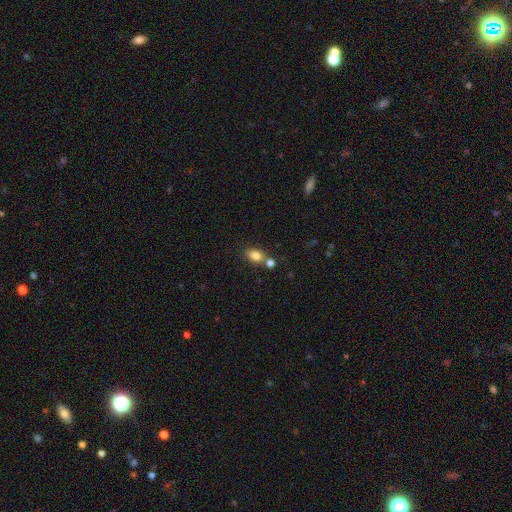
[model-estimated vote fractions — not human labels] This is clearly a smooth galaxy (83%). How rounded: likely in between (77%). Merging: likely none (62%).